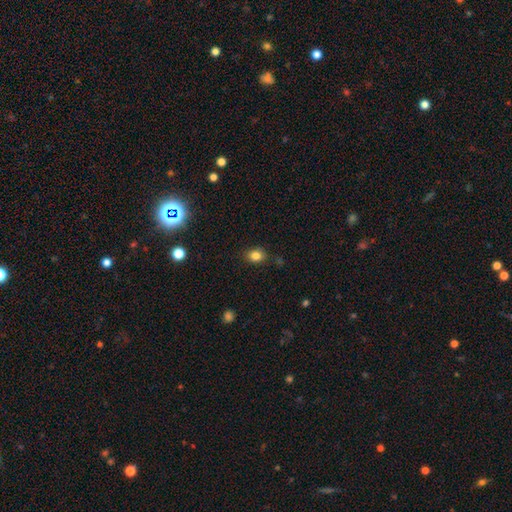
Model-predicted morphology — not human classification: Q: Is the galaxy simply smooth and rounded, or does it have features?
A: smooth — 83%.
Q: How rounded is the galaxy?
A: in between — 55%.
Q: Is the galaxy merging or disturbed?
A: none — 83%.